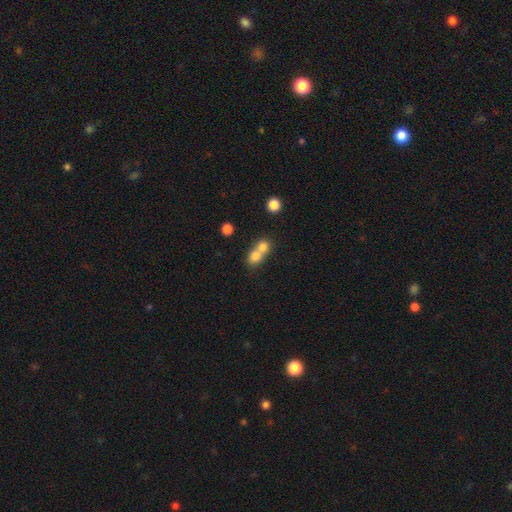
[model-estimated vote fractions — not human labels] Morphology: type=smooth (75%); roundness=round (70%); merging=merger (68%).